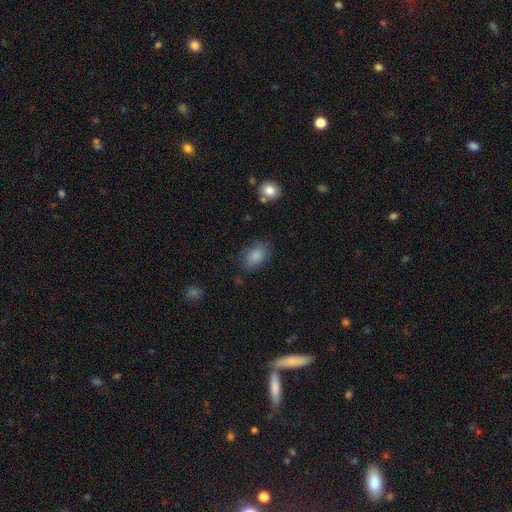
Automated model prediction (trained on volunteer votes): smooth 85%, star or artifact 8%, featured or disk 7%. Down the decision tree: how rounded — in between (87%); merging — none (73%).